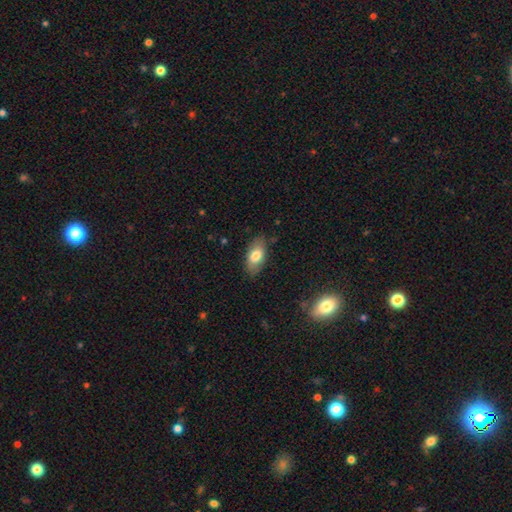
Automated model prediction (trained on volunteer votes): A smooth galaxy with no disk features (77%) that is in between round and cigar-shaped (91%).

Vote fractions:
- Smooth or featured? smooth: 77% / featured or disk: 16% / star or artifact: 7%
- How rounded? in between: 91% / cigar-shaped: 5% / round: 4%
- Merging? none: 82% / minor disturbance: 14% / major disturbance: 3% / merger: 1%